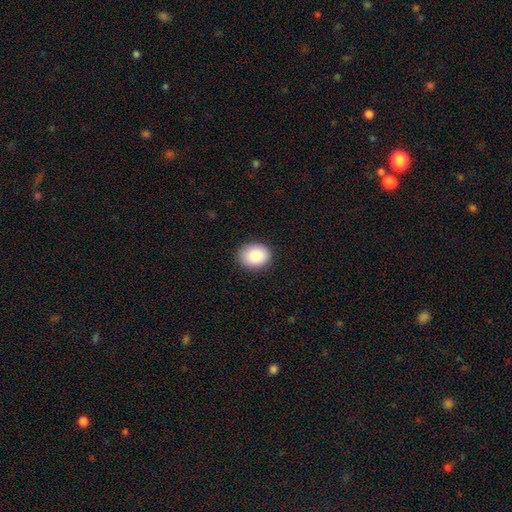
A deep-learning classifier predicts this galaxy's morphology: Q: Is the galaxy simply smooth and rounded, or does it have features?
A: smooth — 88%.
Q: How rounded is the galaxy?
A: in between — 56%.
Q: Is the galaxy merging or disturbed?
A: none — 87%.